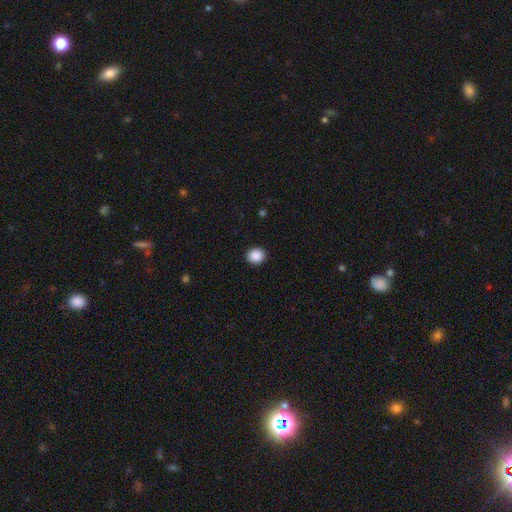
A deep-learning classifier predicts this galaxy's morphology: The model was most divided on "how rounded": round: 78%, in between: 21%, cigar-shaped: 1%. More confident: merging — none (92%); smooth or featured — smooth (89%).